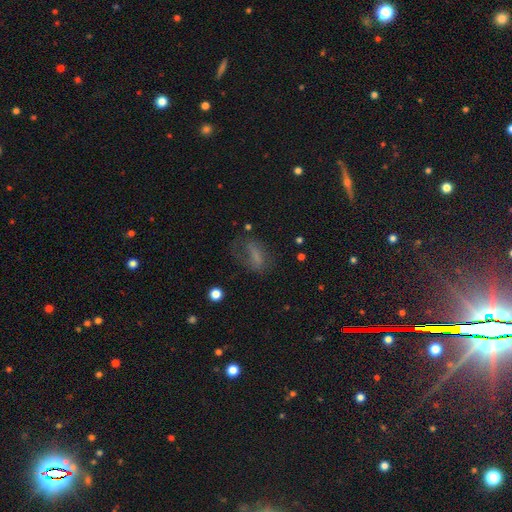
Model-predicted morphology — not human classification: Smooth or featured?
  - smooth: 50% *
  - featured or disk: 32%
  - star or artifact: 18%
How rounded?
  - in between: 73% *
  - cigar-shaped: 15%
  - round: 13%
Merging?
  - none: 42% *
  - major disturbance: 33%
  - minor disturbance: 23%
  - merger: 3%